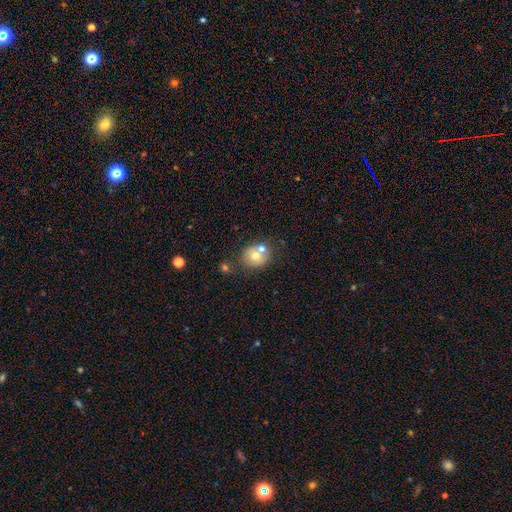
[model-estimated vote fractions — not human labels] smooth_or_featured: smooth (p=0.65) [alt: featured or disk p=0.25]
how_rounded: round (p=0.70) [alt: in between p=0.30]
merging: none (p=0.50) [alt: merger p=0.34]